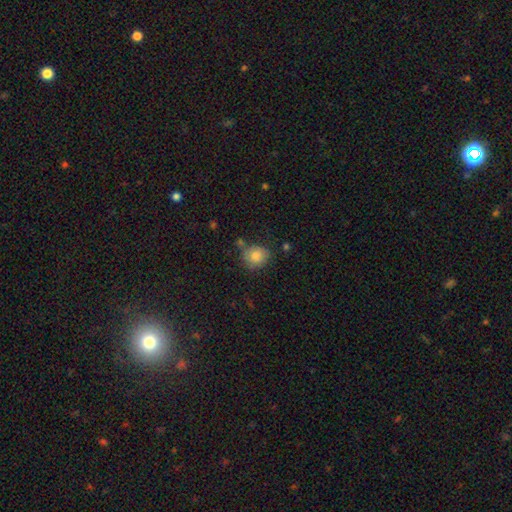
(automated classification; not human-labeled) smooth-or-featured: smooth: 81% | star or artifact: 10% | featured or disk: 9%
  how-rounded: round: 77% | in between: 22% | cigar-shaped: 1%
  merging: none: 67% | minor disturbance: 19% | merger: 9% | major disturbance: 5%